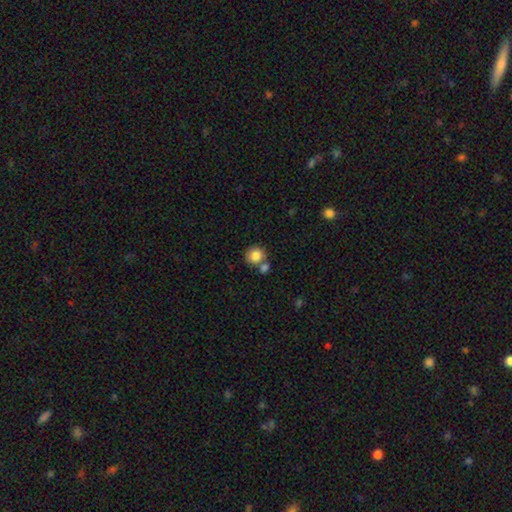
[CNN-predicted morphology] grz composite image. It shows a smooth galaxy with no disk features (84%) that is round (86%). Merging: none (59%).